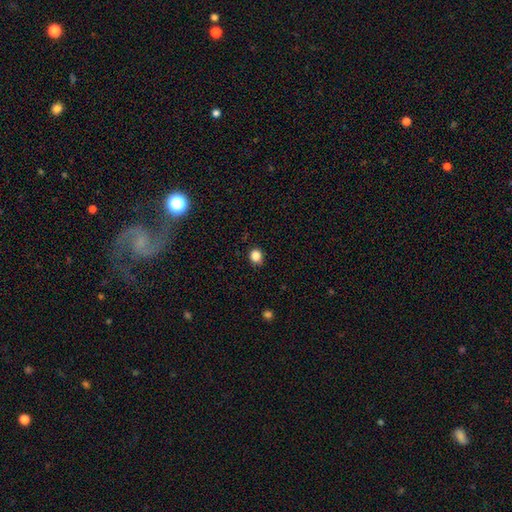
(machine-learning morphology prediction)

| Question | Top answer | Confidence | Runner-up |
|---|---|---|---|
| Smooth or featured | smooth | 84% | star or artifact (12%) |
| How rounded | round | 76% | in between (23%) |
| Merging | none | 86% | minor disturbance (10%) |